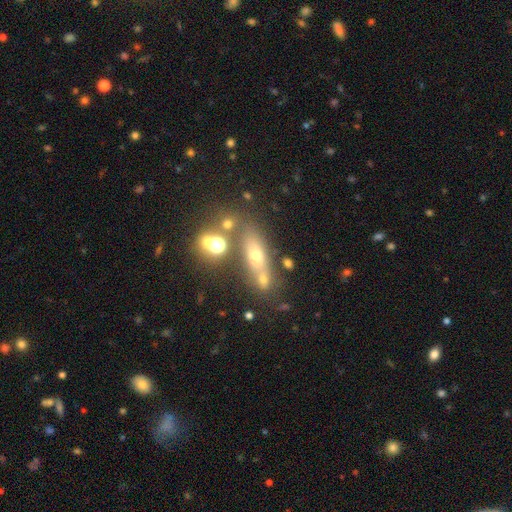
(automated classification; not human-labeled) This appears to be a smooth galaxy with no disk features (44%). Merging: none (53%).